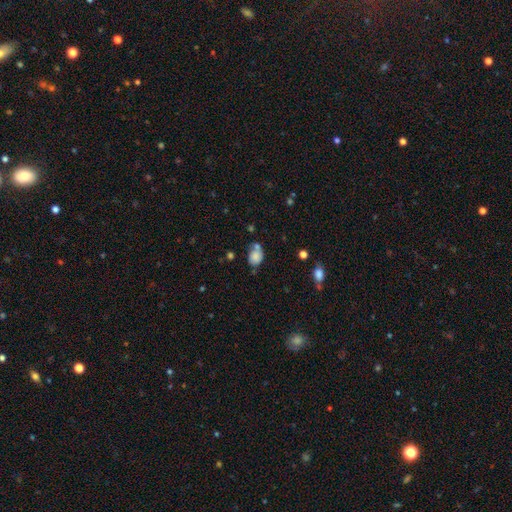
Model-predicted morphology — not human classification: Smooth or featured?
  - smooth: 77% *
  - featured or disk: 12%
  - star or artifact: 10%
How rounded?
  - in between: 59% *
  - round: 40%
  - cigar-shaped: 1%
Merging?
  - none: 47% *
  - minor disturbance: 23%
  - merger: 22%
  - major disturbance: 9%